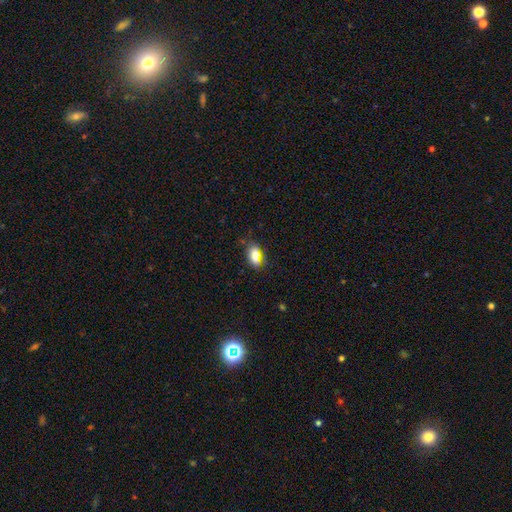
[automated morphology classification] Q: Smooth or featured?
A: smooth (79%); runner-up: star or artifact (12%)
Q: How rounded?
A: in between (84%); runner-up: round (9%)
Q: Merging?
A: none (73%); runner-up: minor disturbance (19%)